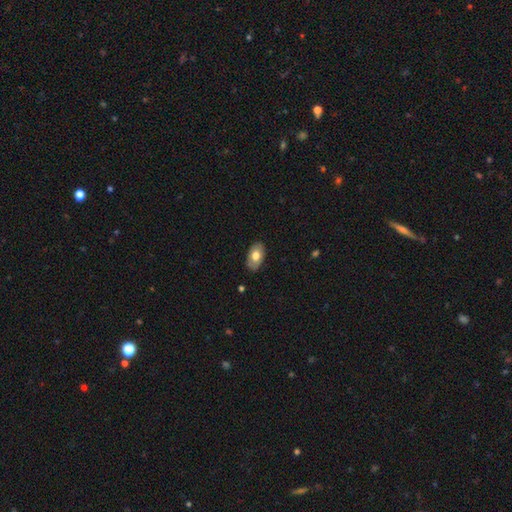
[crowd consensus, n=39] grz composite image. It shows a smooth galaxy with no disk features (67%) that is in between round and cigar-shaped (92%). Merging: none (76%).